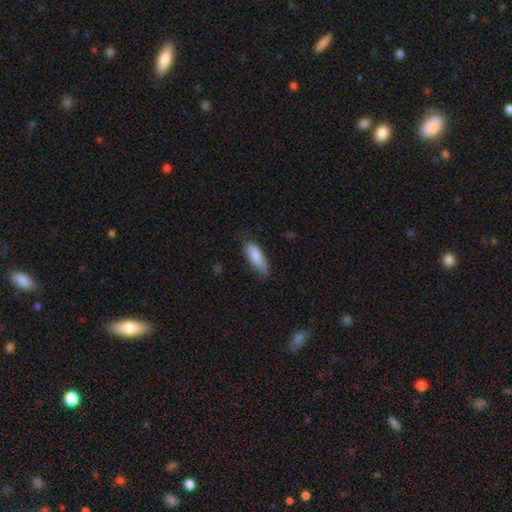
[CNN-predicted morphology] This appears to be a smooth galaxy with no disk features (83%) that is in between round and cigar-shaped (68%). Merging: none (63%).